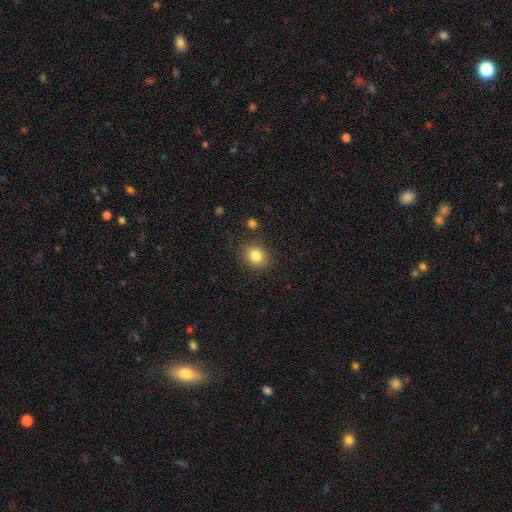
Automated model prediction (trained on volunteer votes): This appears to be a smooth galaxy with no disk features (83%) that is round (66%). Merging: none (86%).